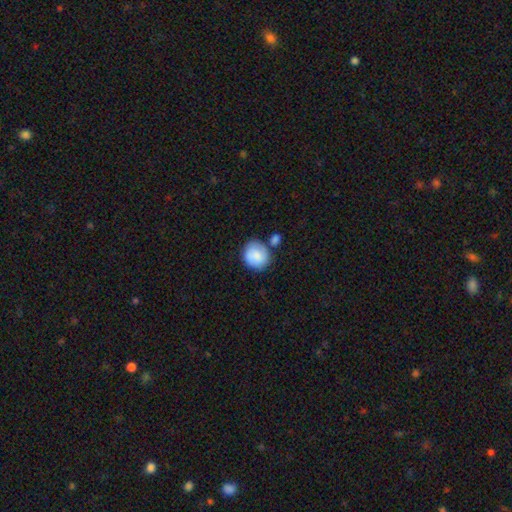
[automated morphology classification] A smooth galaxy with no disk features (86%) that is round (83%).

Vote fractions:
- Smooth or featured? smooth: 86% / featured or disk: 8% / star or artifact: 6%
- How rounded? round: 83% / in between: 16% / cigar-shaped: 1%
- Merging? none: 63% / minor disturbance: 16% / merger: 16% / major disturbance: 5%